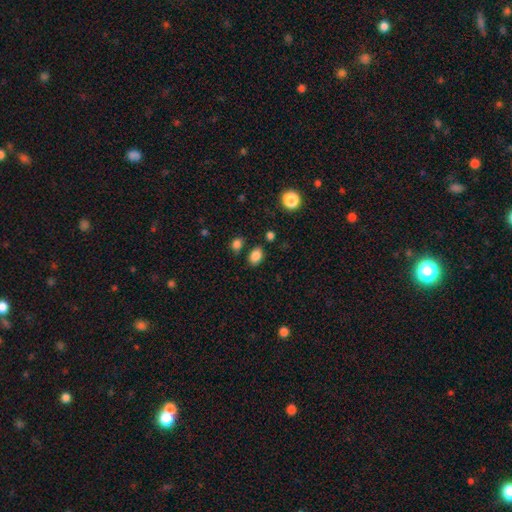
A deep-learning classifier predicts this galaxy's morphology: A smooth galaxy with no disk features (85%) that is in between round and cigar-shaped (73%). Merging: none (78%).